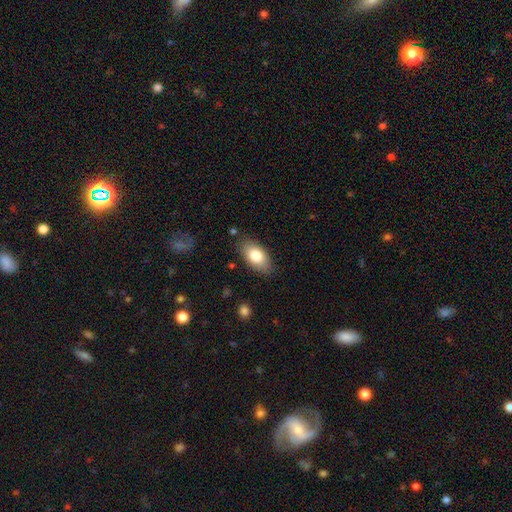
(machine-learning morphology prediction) Smooth or featured?
  - smooth: 79% *
  - featured or disk: 14%
  - star or artifact: 7%
How rounded?
  - in between: 92% *
  - round: 4%
  - cigar-shaped: 3%
Merging?
  - none: 83% *
  - minor disturbance: 12%
  - major disturbance: 3%
  - merger: 2%